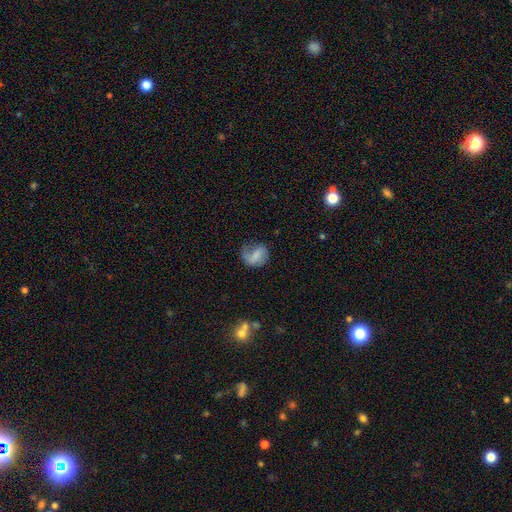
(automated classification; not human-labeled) The model was most divided on "how rounded" (2-way tie): in between: 49%, round: 49%, cigar-shaped: 2%. Remaining: smooth or featured — smooth (56%); merging — none (41%).